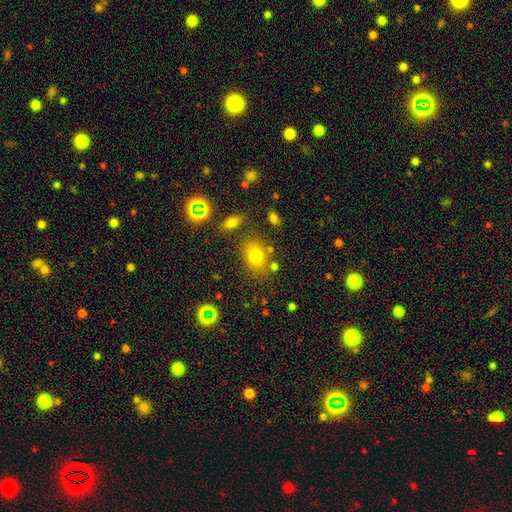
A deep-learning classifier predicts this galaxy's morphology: This appears to be a smooth galaxy with no disk features (72%) that is in between round and cigar-shaped (66%). Merging: none (75%).